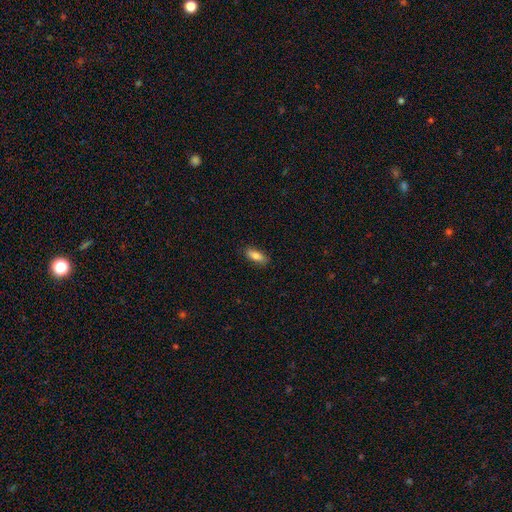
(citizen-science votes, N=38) A smooth galaxy with no disk features (79%) that is in between round and cigar-shaped (73%).

Vote fractions:
- Smooth or featured? smooth: 79% / featured or disk: 16% / star or artifact: 5%
- How rounded? in between: 73% / cigar-shaped: 27% / round: 0%
- Merging? none: 89% / minor disturbance: 8% / merger: 3% / major disturbance: 0%